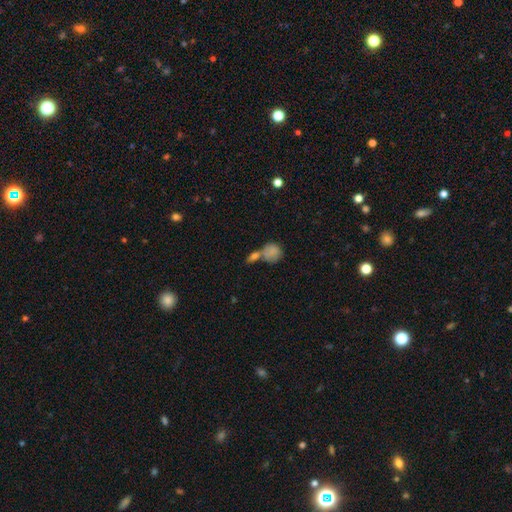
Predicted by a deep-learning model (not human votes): Q: Smooth or featured?
A: smooth (70%); runner-up: star or artifact (17%)
Q: How rounded?
A: round (71%); runner-up: in between (25%)
Q: Merging?
A: none (44%); runner-up: merger (38%)